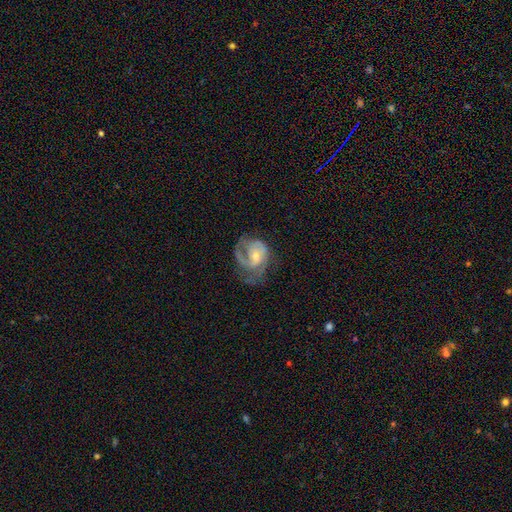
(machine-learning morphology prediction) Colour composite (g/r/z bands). It shows a featured or disk galaxy (80%) with no bar (55%), 2 (45%) medium (45%) spiral arms (91%) and a small central bulge (48%). Merging: none (50%).